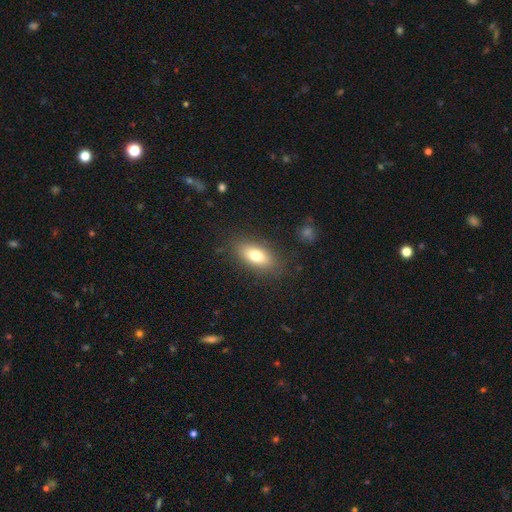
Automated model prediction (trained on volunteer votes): Morphology: type=smooth (76%); roundness=in between (84%); merging=none (84%).